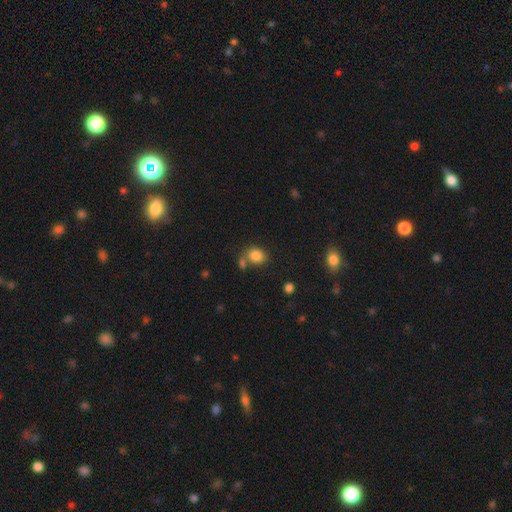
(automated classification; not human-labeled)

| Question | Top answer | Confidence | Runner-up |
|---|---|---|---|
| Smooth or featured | smooth | 83% | star or artifact (10%) |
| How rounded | round | 59% | in between (40%) |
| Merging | none | 60% | merger (23%) |